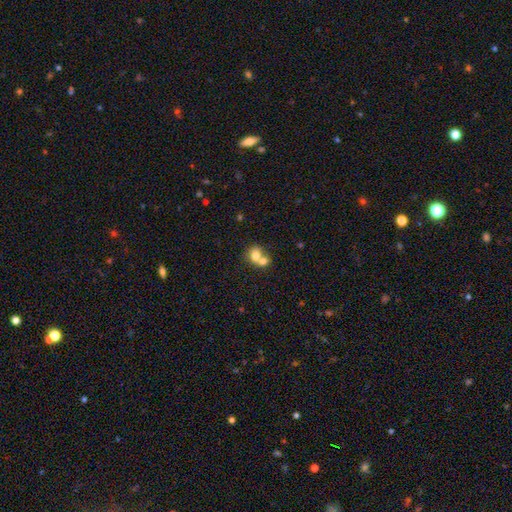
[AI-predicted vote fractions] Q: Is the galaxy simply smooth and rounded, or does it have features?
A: smooth — 74%.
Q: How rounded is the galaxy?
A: round — 66%.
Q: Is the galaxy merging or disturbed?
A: merger — 67%.